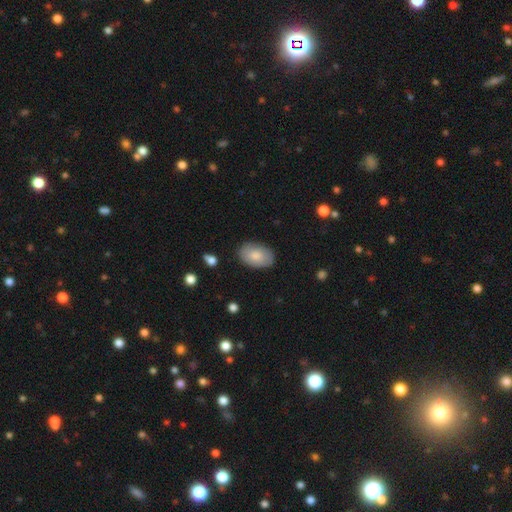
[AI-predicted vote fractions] smooth 82%, featured or disk 12%, star or artifact 6%. Down the decision tree: how rounded — in between (91%); merging — none (85%).